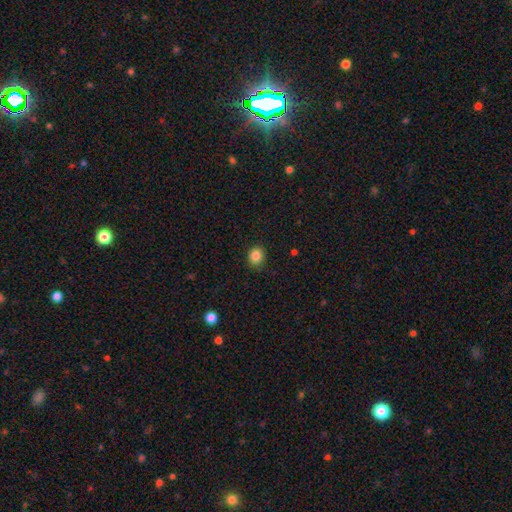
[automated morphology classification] Q: Smooth or featured?
A: smooth (85%); runner-up: star or artifact (10%)
Q: How rounded?
A: round (74%); runner-up: in between (25%)
Q: Merging?
A: none (87%); runner-up: minor disturbance (9%)